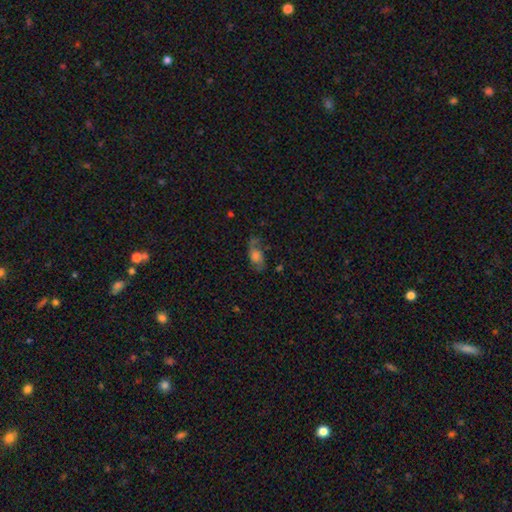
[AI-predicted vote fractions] featured or disk 49%, smooth 37%, star or artifact 14%. Down the decision tree: merging — none (62%).